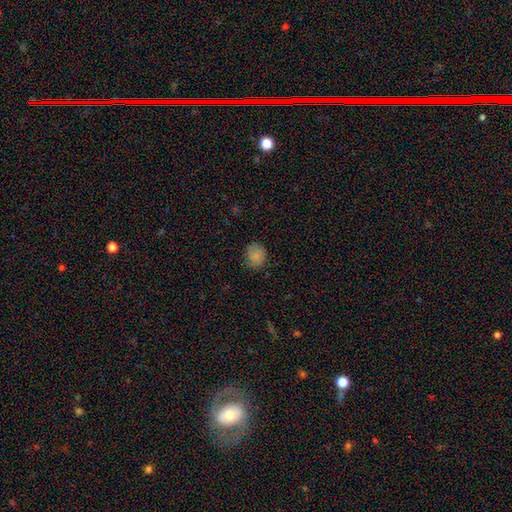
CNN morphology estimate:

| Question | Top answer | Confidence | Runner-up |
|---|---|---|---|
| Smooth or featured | smooth | 84% | star or artifact (10%) |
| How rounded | round | 77% | in between (22%) |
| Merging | none | 80% | minor disturbance (16%) |